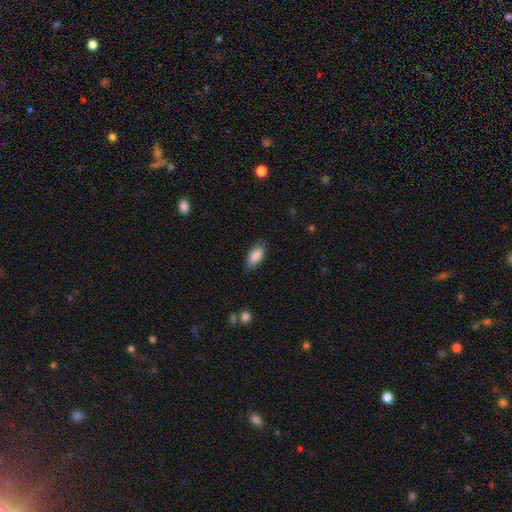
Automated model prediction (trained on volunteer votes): Smooth or featured? Predicted: smooth (p=0.87). How rounded? Predicted: in between (p=0.91). Merging? Predicted: none (p=0.75).